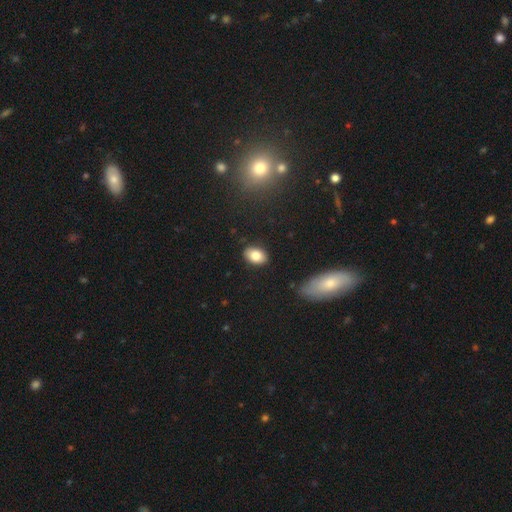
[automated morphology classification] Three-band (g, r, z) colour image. It shows a smooth galaxy with no disk features (83%) that is in between round and cigar-shaped (87%). Merging: none (86%).